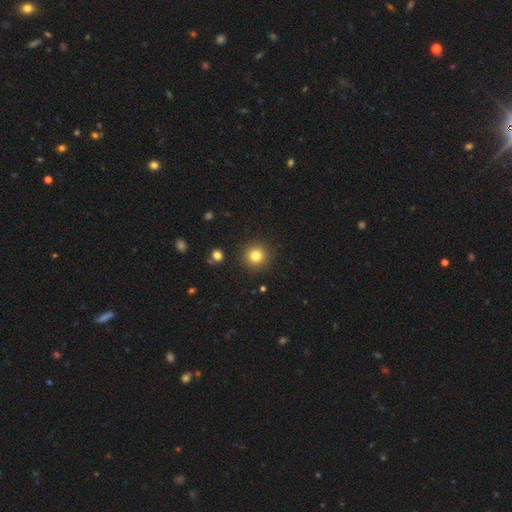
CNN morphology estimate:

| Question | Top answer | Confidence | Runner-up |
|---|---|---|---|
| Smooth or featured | smooth | 81% | star or artifact (13%) |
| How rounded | round | 94% | in between (5%) |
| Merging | none | 91% | minor disturbance (6%) |